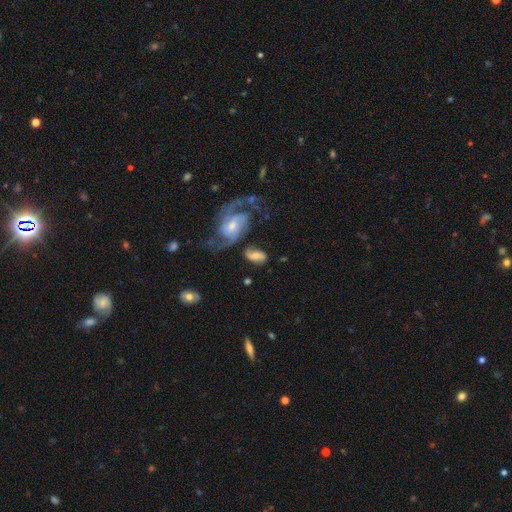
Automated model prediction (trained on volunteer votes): smooth-or-featured: featured or disk: 49% | smooth: 42% | star or artifact: 9%
  merging: none: 50% | minor disturbance: 20% | merger: 16% | major disturbance: 15%